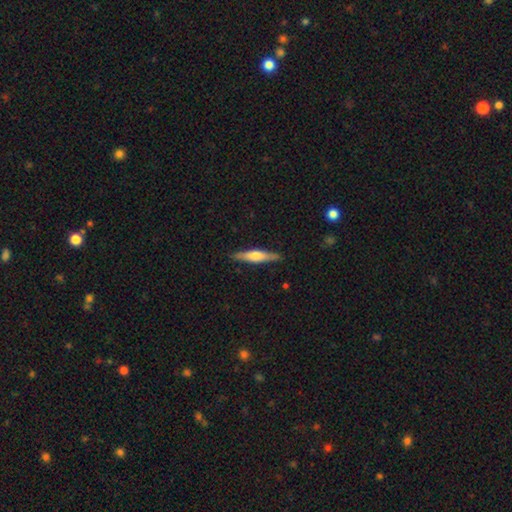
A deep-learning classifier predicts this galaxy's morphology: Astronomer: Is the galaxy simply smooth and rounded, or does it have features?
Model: featured or disk — 50% (runner-up: smooth, 44%).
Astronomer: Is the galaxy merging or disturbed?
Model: none — 88%.